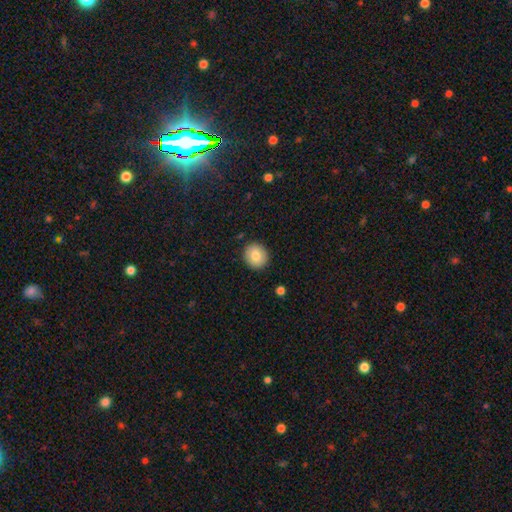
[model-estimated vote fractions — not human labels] A smooth galaxy with no disk features (81%) that is round (88%). Merging: none (90%).